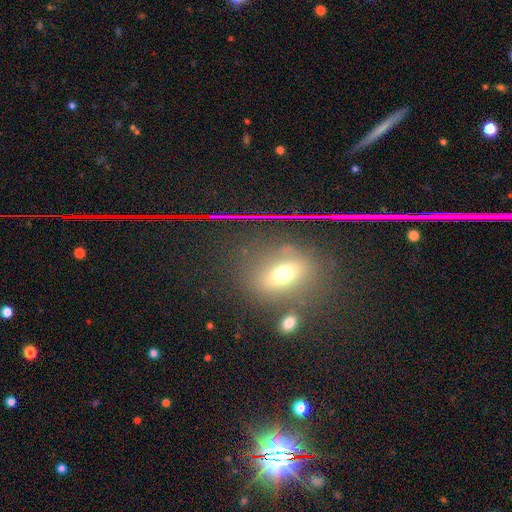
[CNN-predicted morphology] This is marginally a star or artifact rather than a galaxy (41%).